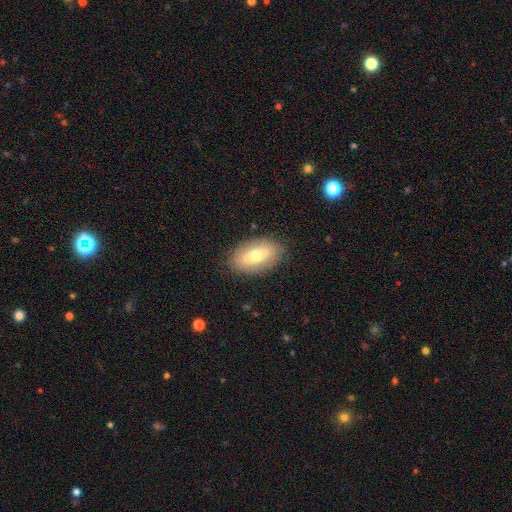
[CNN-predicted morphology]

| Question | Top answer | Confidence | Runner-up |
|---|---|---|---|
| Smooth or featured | smooth | 57% | featured or disk (35%) |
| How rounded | in between | 92% | round (5%) |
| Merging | none | 85% | minor disturbance (10%) |